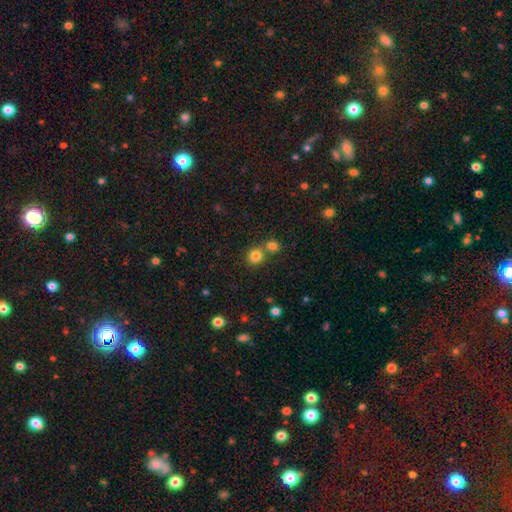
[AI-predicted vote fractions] smooth-or-featured: smooth: 81% | star or artifact: 13% | featured or disk: 5%
  how-rounded: round: 90% | in between: 9% | cigar-shaped: 1%
  merging: none: 64% | merger: 27% | minor disturbance: 7% | major disturbance: 2%